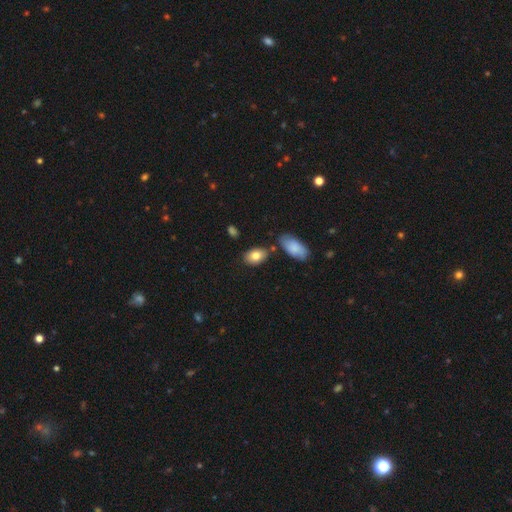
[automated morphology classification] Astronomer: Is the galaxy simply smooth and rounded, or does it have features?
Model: smooth — 81%.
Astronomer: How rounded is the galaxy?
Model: in between — 87%.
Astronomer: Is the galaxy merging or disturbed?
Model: none — 76%.